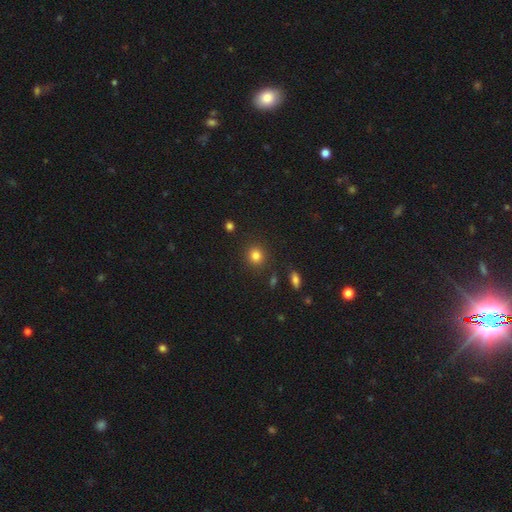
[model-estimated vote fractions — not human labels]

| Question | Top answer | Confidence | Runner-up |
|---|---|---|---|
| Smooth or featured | smooth | 82% | star or artifact (12%) |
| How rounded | round | 88% | in between (11%) |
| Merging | none | 88% | minor disturbance (7%) |